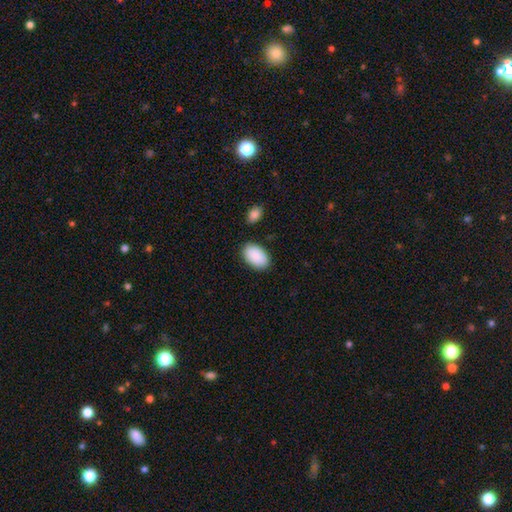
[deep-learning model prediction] Overall: smooth (91%). How rounded: in between (94%). Merging: none (86%).